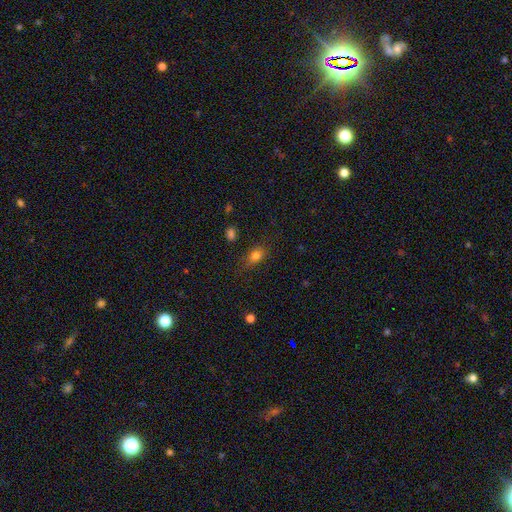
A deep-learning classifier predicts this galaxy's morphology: type=smooth (76%); roundness=in between (67%); merging=none (75%).